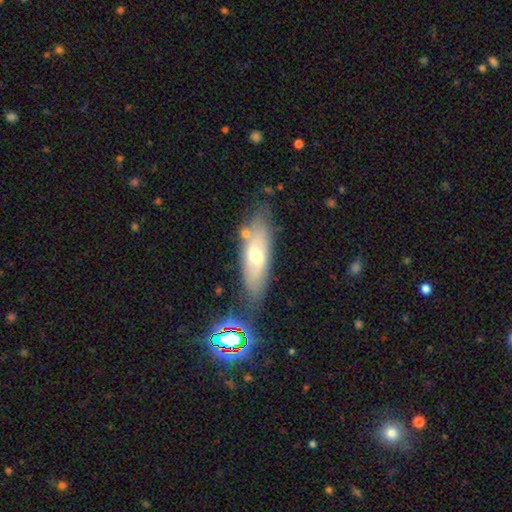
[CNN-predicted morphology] This appears to be a smooth galaxy with no disk features (45%, tied with featured or disk). Merging: none (69%).